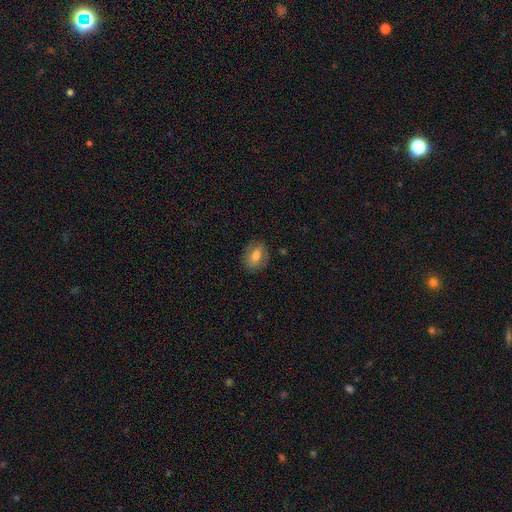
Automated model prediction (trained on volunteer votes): Overall: smooth (60%; featured or disk 32%). How rounded: in between (61%; round 37%). Merging: none (81%).